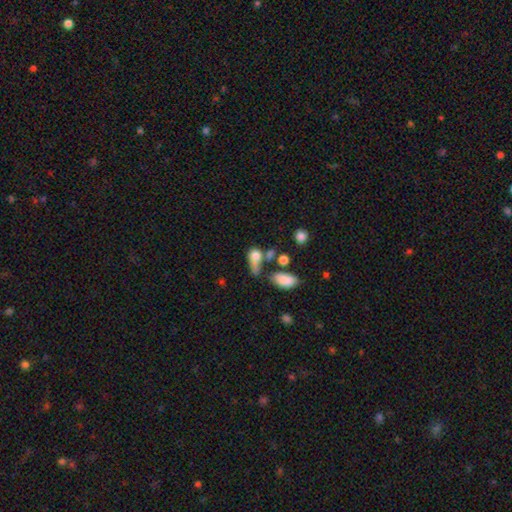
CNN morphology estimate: This appears to be a smooth galaxy with no disk features (72%) that is in between round and cigar-shaped (66%). Merging: merger (30%).